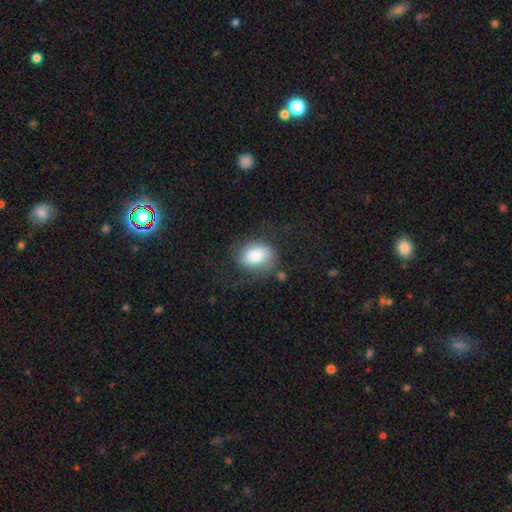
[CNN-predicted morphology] A smooth galaxy with no disk features (75%) that is in between round and cigar-shaped (63%). Merging: none (54%).